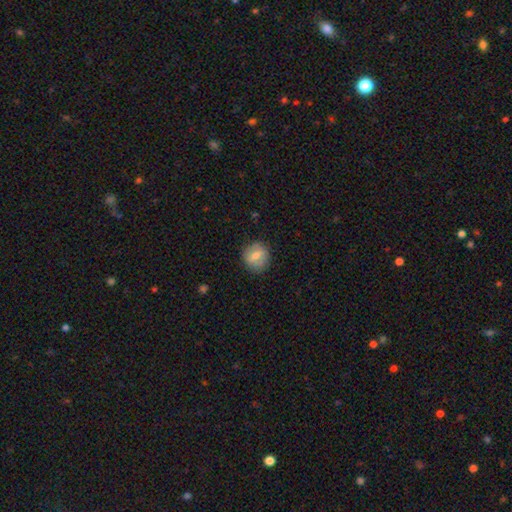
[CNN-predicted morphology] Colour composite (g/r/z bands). It shows a smooth galaxy with no disk features (66%) that is round (81%). Merging: none (85%).